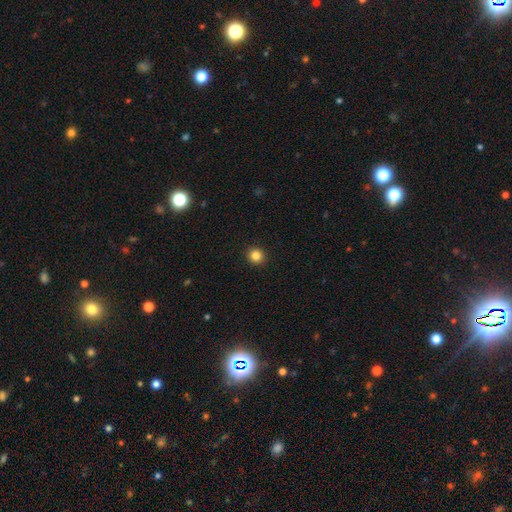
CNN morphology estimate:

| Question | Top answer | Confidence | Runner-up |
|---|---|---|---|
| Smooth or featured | smooth | 84% | star or artifact (11%) |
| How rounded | round | 91% | in between (8%) |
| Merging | none | 93% | minor disturbance (4%) |